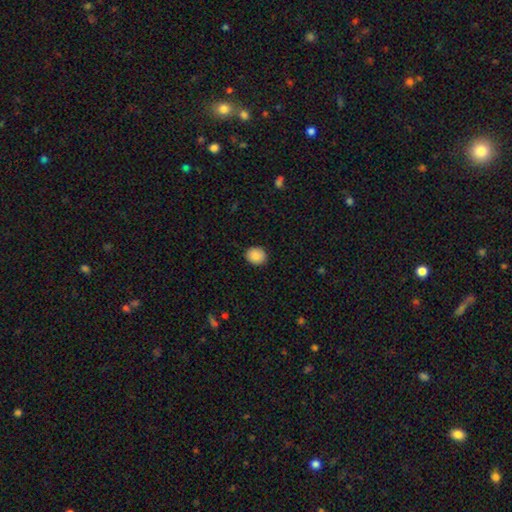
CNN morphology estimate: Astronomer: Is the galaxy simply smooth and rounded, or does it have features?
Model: smooth — 88%.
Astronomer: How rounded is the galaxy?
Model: round — 63%.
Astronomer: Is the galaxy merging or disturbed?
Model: none — 89%.